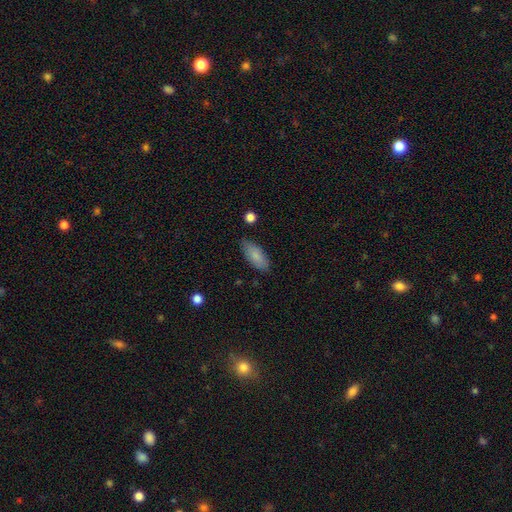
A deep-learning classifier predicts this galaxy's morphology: A smooth galaxy with no disk features (83%) that is in between round and cigar-shaped (83%). Merging: none (80%).